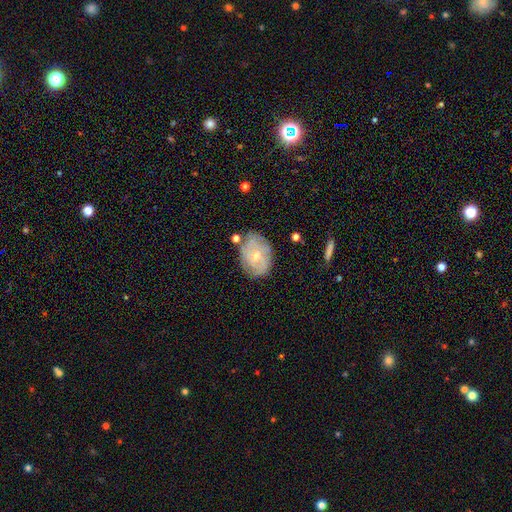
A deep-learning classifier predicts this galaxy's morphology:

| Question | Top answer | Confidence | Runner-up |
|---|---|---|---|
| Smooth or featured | featured or disk | 65% | smooth (28%) |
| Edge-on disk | no | 97% | yes (3%) |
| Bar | no | 66% | weak (30%) |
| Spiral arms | yes | 80% | no (20%) |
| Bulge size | small | 61% | moderate (34%) |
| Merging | none | 70% | minor disturbance (20%) |